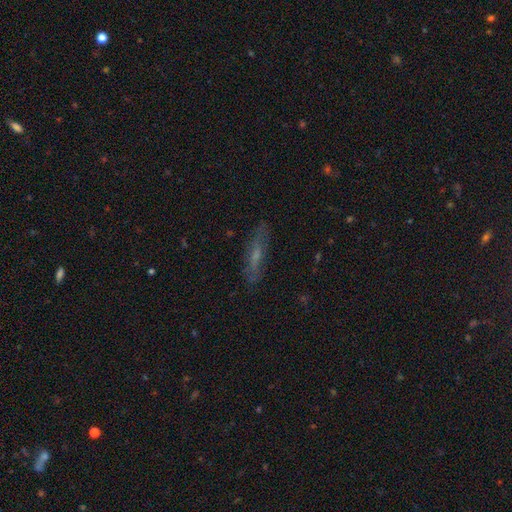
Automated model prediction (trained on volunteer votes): Smooth or featured?
  - featured or disk: 50% *
  - smooth: 38%
  - star or artifact: 12%
Merging?
  - none: 80% *
  - minor disturbance: 14%
  - major disturbance: 4%
  - merger: 2%